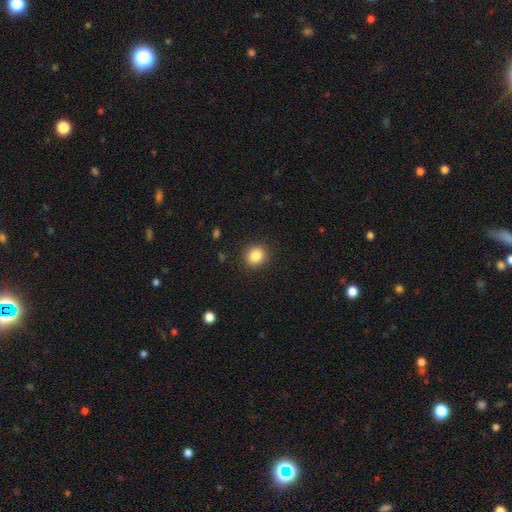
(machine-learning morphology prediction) type=smooth (86%); roundness=round (80%); merging=none (90%).